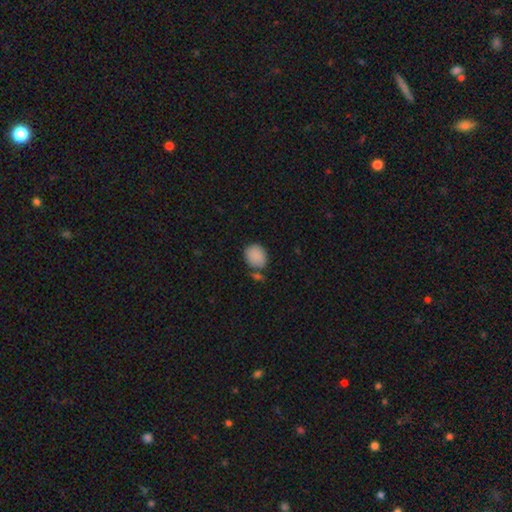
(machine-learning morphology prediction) smooth_or_featured: smooth (p=0.88) [alt: star or artifact p=0.08]
how_rounded: round (p=0.59) [alt: in between p=0.39]
merging: none (p=0.65) [alt: minor disturbance p=0.16]